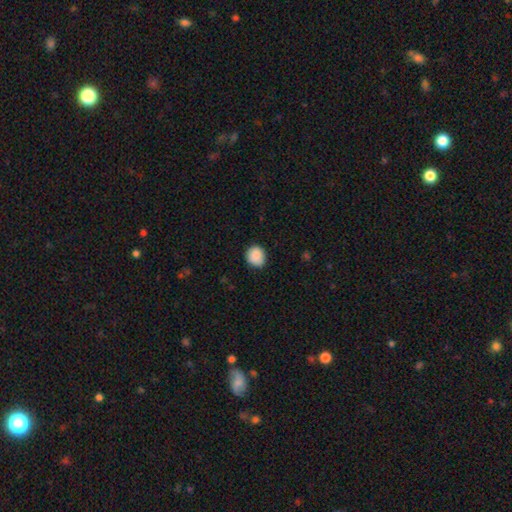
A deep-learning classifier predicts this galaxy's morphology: smooth-or-featured: smooth: 88% | star or artifact: 8% | featured or disk: 4%
  how-rounded: round: 80% | in between: 19% | cigar-shaped: 1%
  merging: none: 79% | minor disturbance: 17% | major disturbance: 3% | merger: 1%